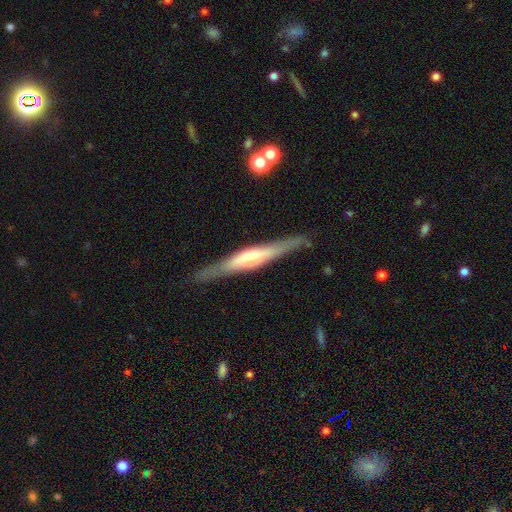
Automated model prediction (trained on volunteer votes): A featured or disk galaxy (65%) viewed edge-on (95%) with a rounded central bulge (47%).

Vote fractions:
- Smooth or featured? featured or disk: 65% / smooth: 29% / star or artifact: 6%
- Edge-on disk? yes: 95% / no: 5%
- Edge-on bulge? rounded: 47% / boxy: 31% / none: 21%
- Merging? none: 86% / minor disturbance: 10% / major disturbance: 2% / merger: 2%